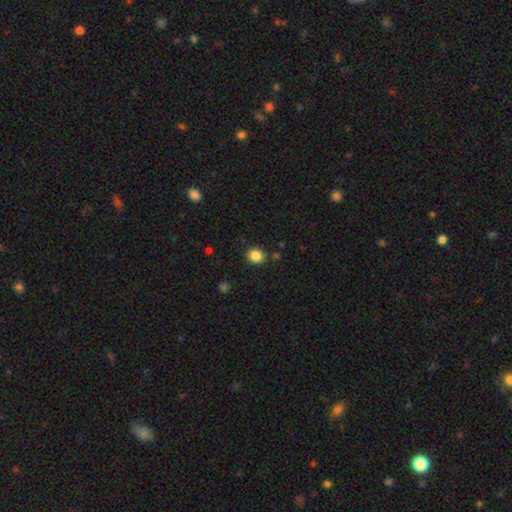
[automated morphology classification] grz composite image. It shows a smooth galaxy with no disk features (85%) that is round (79%). Merging: none (88%).